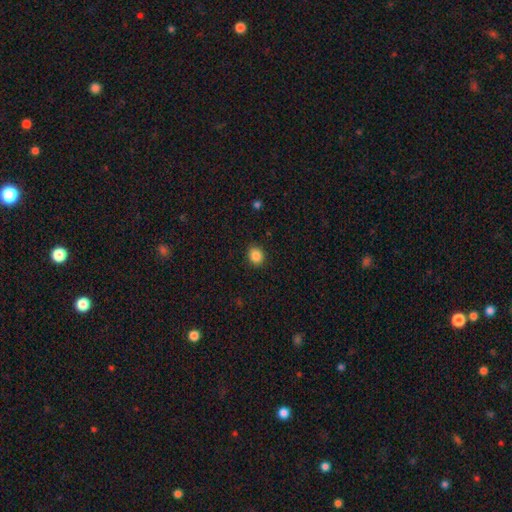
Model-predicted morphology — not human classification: smooth 86%, star or artifact 10%, featured or disk 4%. Down the decision tree: how rounded — round (70%); merging — none (89%).